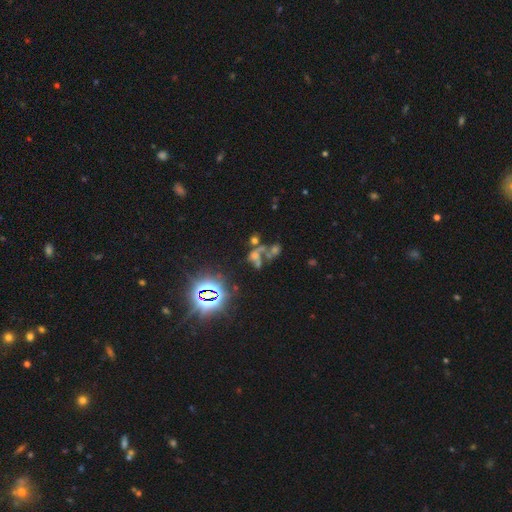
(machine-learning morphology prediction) smooth_or_featured: star or artifact (p=0.43) [alt: smooth p=0.30]